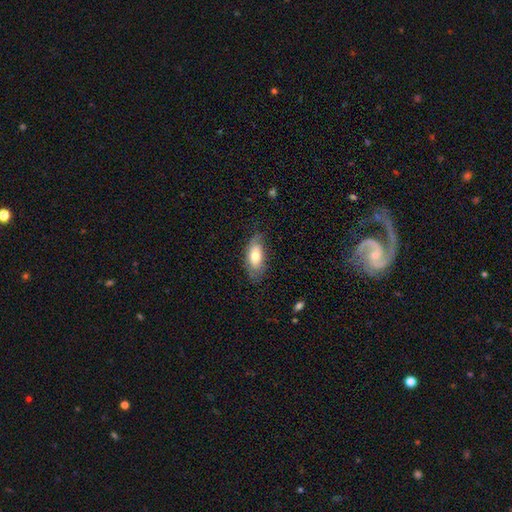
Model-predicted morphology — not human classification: Q: Smooth or featured?
A: smooth (68%); runner-up: featured or disk (26%)
Q: How rounded?
A: in between (86%); runner-up: cigar-shaped (11%)
Q: Merging?
A: none (70%); runner-up: minor disturbance (23%)